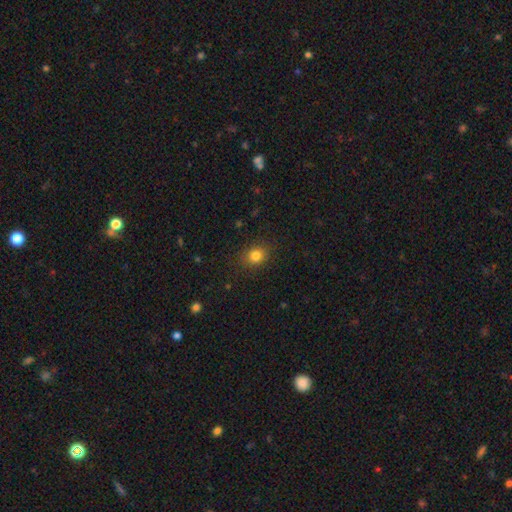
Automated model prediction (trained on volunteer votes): smooth_or_featured: smooth (p=0.82) [alt: star or artifact p=0.12]
how_rounded: round (p=0.57) [alt: in between p=0.42]
merging: none (p=0.86) [alt: minor disturbance p=0.10]